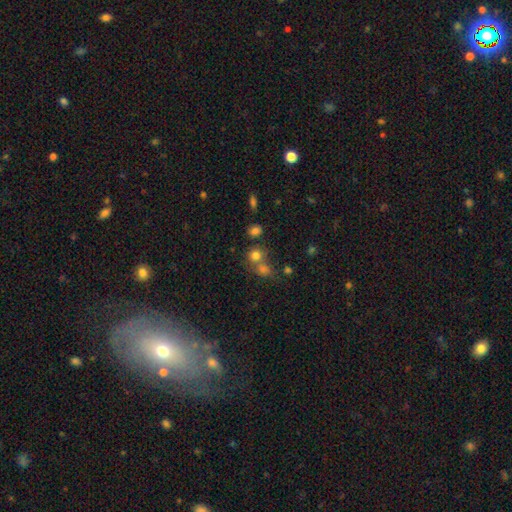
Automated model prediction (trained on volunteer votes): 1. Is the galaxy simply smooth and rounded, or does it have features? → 75% smooth, 16% star or artifact, 9% featured or disk.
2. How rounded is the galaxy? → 80% round, 18% in between, 1% cigar-shaped.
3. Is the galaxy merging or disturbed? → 52% none, 35% merger, 9% minor disturbance, 5% major disturbance.